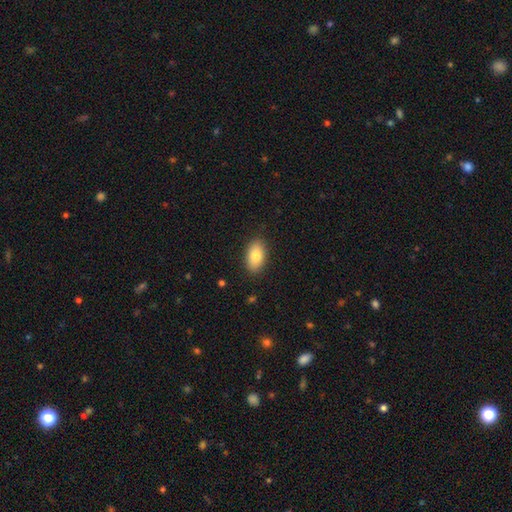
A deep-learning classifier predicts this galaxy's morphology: Smooth or featured: smooth — 81% (featured or disk — 12%)
How rounded: in between — 92% (round — 5%)
Merging: none — 87% (minor disturbance — 10%)